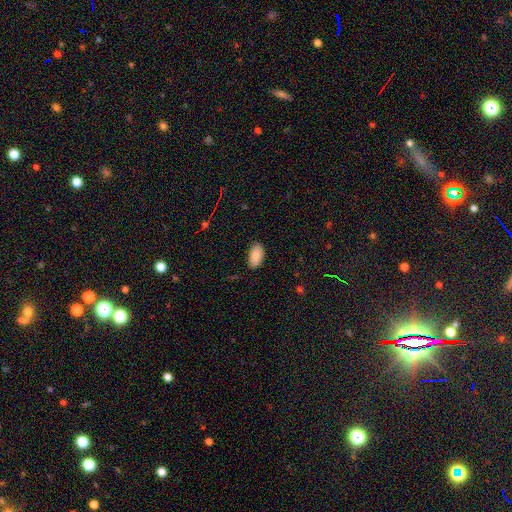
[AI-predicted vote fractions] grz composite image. It shows a smooth galaxy with no disk features (89%) that is in between round and cigar-shaped (95%). Merging: none (87%).